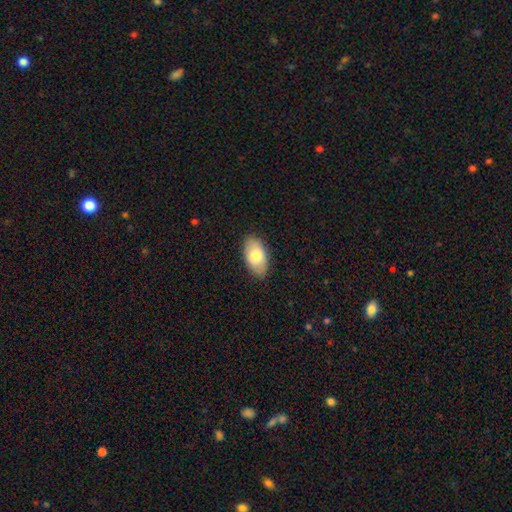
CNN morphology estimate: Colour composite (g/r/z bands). It shows a smooth galaxy with no disk features (79%) that is in between round and cigar-shaped (95%). Merging: none (87%).